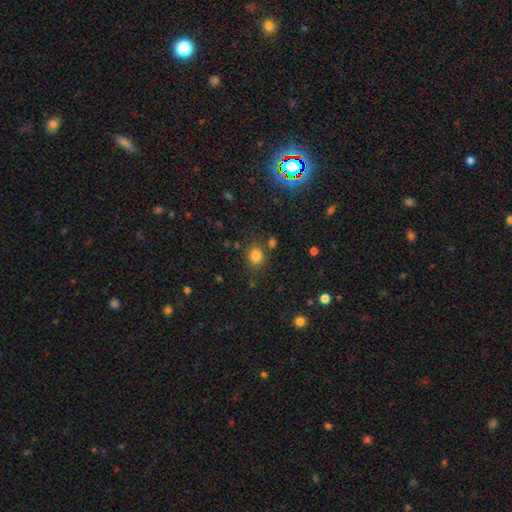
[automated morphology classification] This appears to be a smooth galaxy with no disk features (80%) that is round (78%). Merging: none (78%).